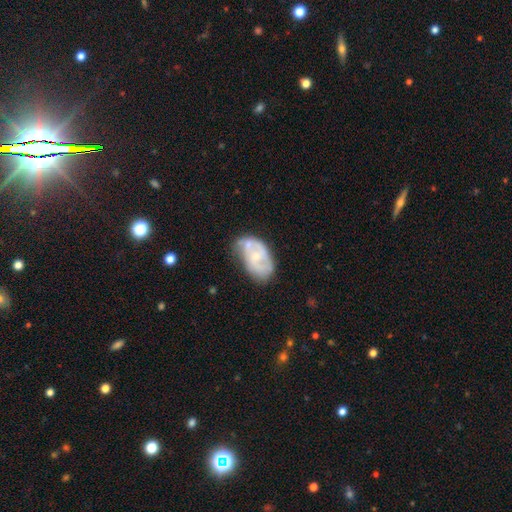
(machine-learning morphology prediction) The model was most divided on "merging": none: 42%, minor disturbance: 34%, major disturbance: 16%, merger: 9%. More confident: edge-on disk — no (97%); bar — no (68%); spiral arms — yes (63%); smooth or featured — featured or disk (63%); bulge size — small (52%).